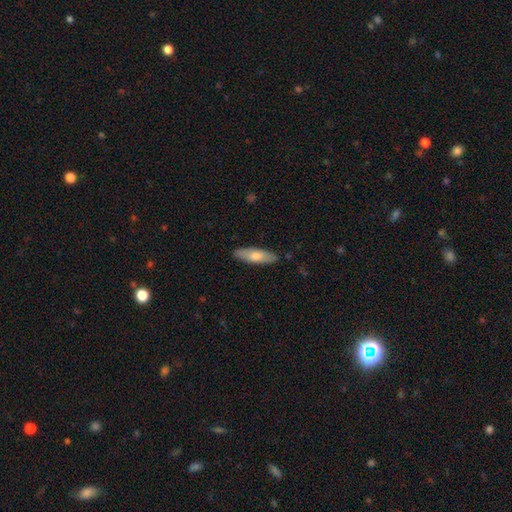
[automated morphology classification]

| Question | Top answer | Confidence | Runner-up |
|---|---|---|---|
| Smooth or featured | smooth | 65% | featured or disk (29%) |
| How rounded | cigar-shaped | 52% | in between (46%) |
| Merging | none | 89% | minor disturbance (9%) |